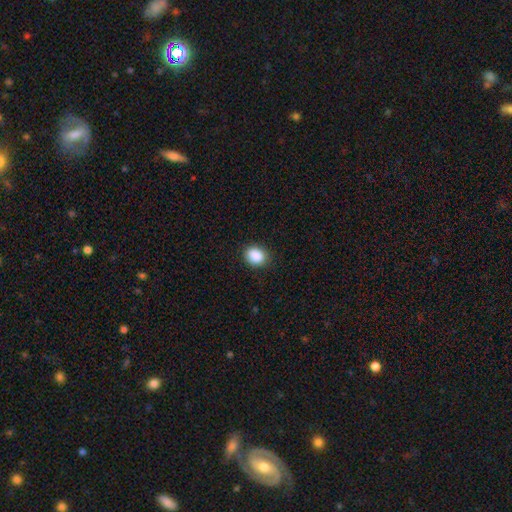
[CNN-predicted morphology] This appears to be a smooth galaxy with no disk features (88%) that is round (51%). Merging: none (88%).